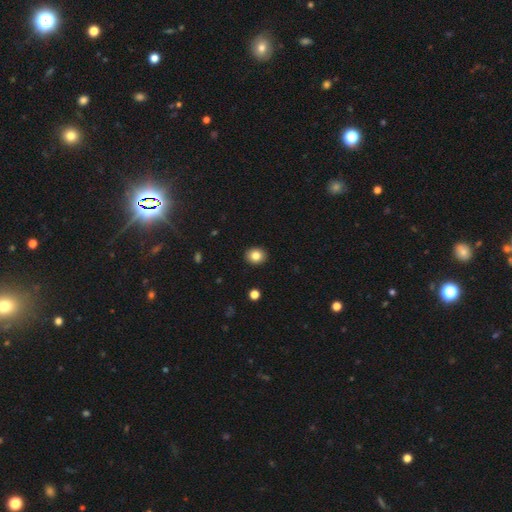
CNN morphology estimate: type=smooth (84%); roundness=round (72%); merging=none (92%).